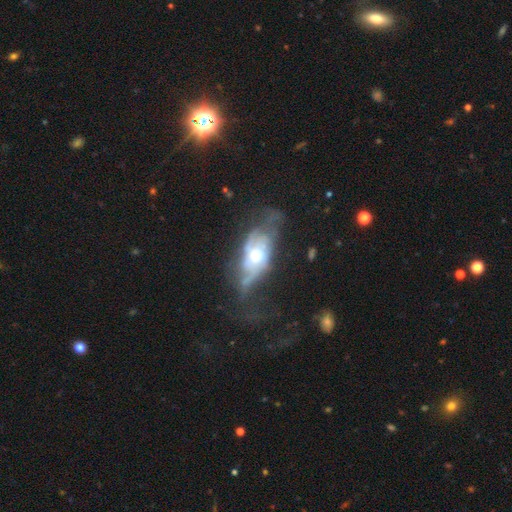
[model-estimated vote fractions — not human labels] This appears to be a featured or disk galaxy (71%) with no bar (78%), spiral arms (64%) and a moderate central bulge (67%). Merging: none (36%, tied with major disturbance).